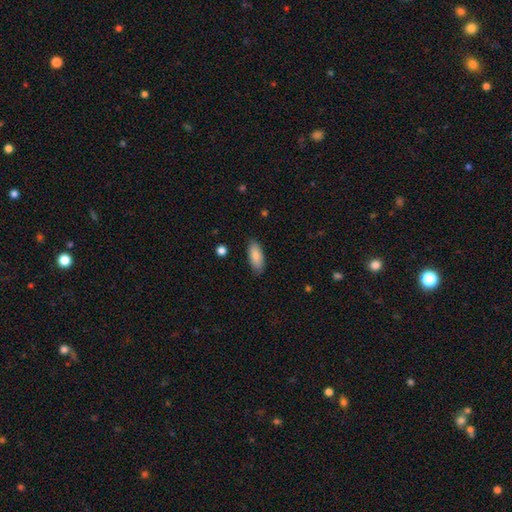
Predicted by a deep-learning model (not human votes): The model was most divided on "how rounded": in between: 85%, cigar-shaped: 13%, round: 2%. More confident: merging — none (85%); smooth or featured — smooth (83%).